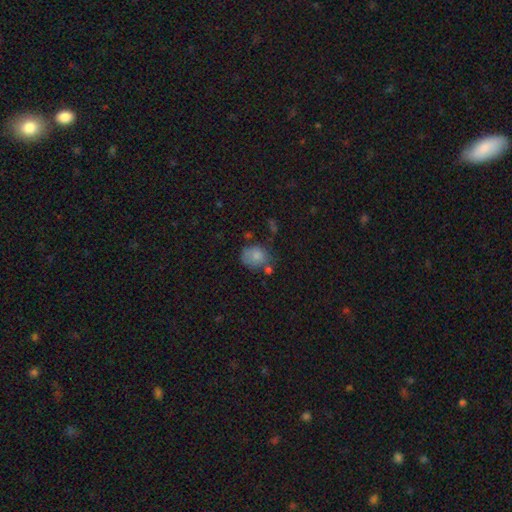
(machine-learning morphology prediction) This is likely a smooth galaxy (79%). How rounded: possibly round (57%). Merging: possibly none (50%).